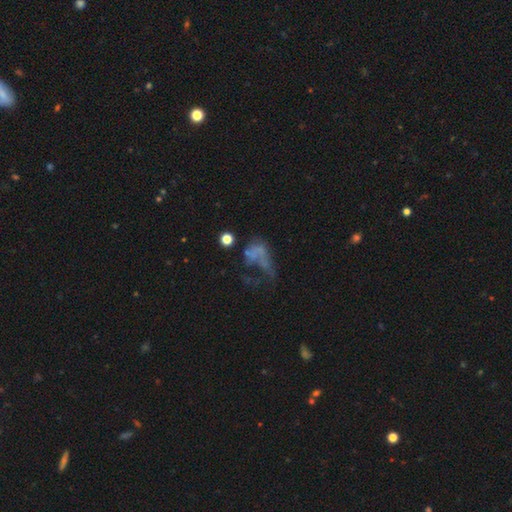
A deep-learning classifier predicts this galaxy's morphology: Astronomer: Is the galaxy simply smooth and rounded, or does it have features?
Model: featured or disk — 44% (runner-up: smooth, 33%).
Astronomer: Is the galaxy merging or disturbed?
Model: major disturbance — 52%.